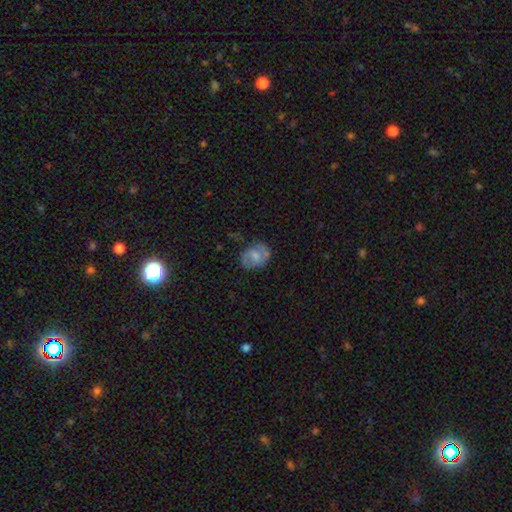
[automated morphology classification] A smooth galaxy with no disk features (49%).

Vote fractions:
- Smooth or featured? smooth: 49% / featured or disk: 44% / star or artifact: 8%
- Merging? none: 65% / minor disturbance: 23% / major disturbance: 10% / merger: 2%